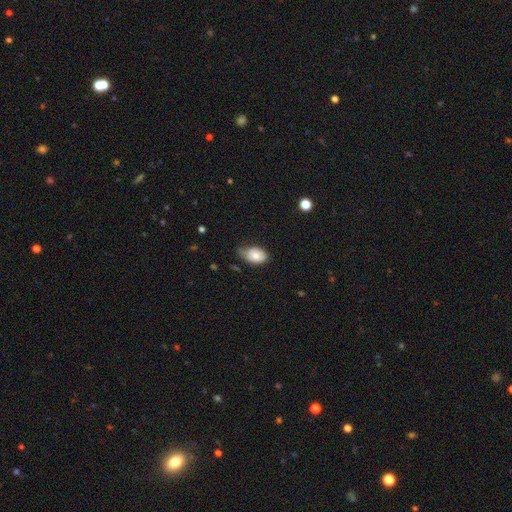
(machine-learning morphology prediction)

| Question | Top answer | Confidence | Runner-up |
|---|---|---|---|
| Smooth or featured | smooth | 80% | featured or disk (13%) |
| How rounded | in between | 84% | round (15%) |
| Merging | minor disturbance | 43% | none (42%) |